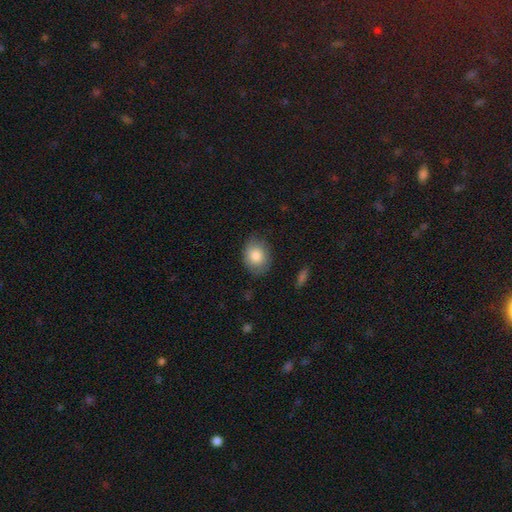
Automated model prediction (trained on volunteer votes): This appears to be a smooth galaxy with no disk features (82%) that is in between round and cigar-shaped (56%). Merging: none (77%).